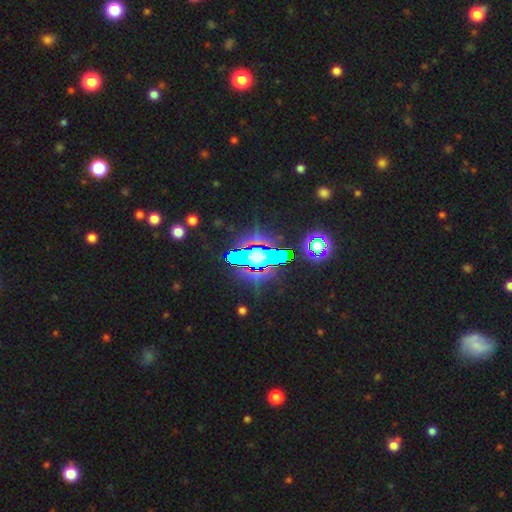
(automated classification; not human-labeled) The model was most divided on "smooth or featured": star or artifact: 58%, smooth: 24%, featured or disk: 18%.